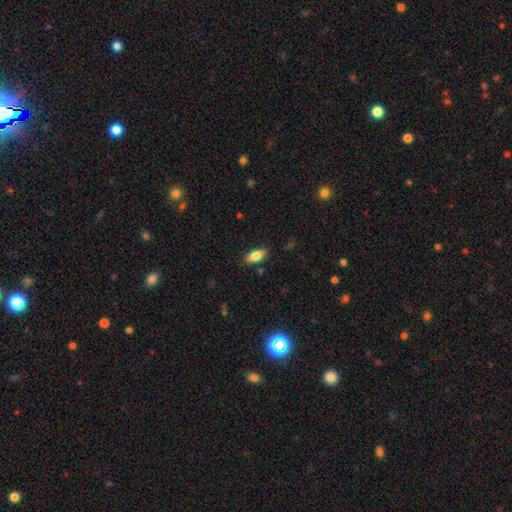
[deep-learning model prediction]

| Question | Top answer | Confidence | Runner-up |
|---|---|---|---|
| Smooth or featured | smooth | 73% | featured or disk (20%) |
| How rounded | in between | 81% | cigar-shaped (16%) |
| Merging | none | 85% | minor disturbance (11%) |